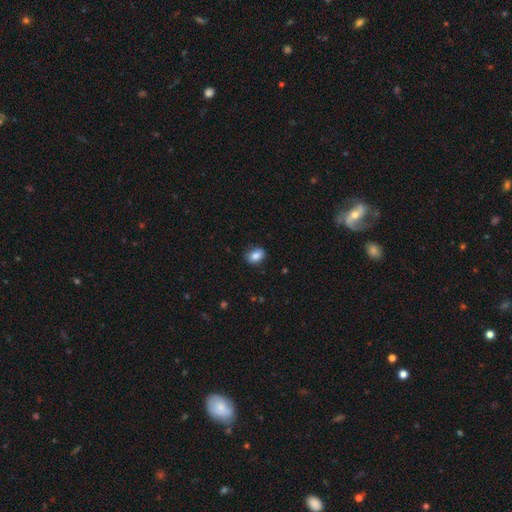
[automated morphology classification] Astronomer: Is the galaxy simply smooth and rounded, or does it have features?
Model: smooth — 86%.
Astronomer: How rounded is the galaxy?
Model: in between — 74%.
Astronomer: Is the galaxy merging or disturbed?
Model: none — 84%.